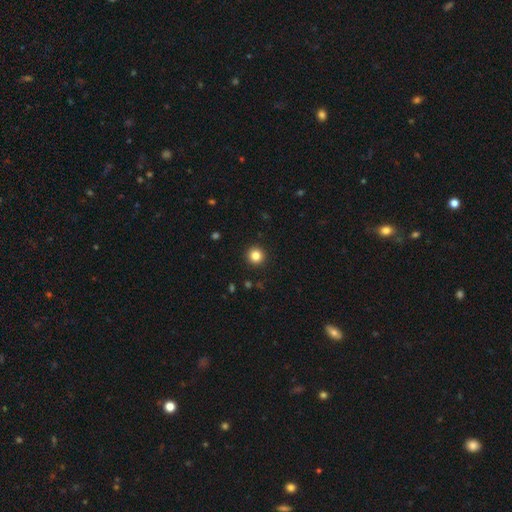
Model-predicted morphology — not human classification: Overall: smooth (84%). How rounded: round (95%). Merging: none (93%).